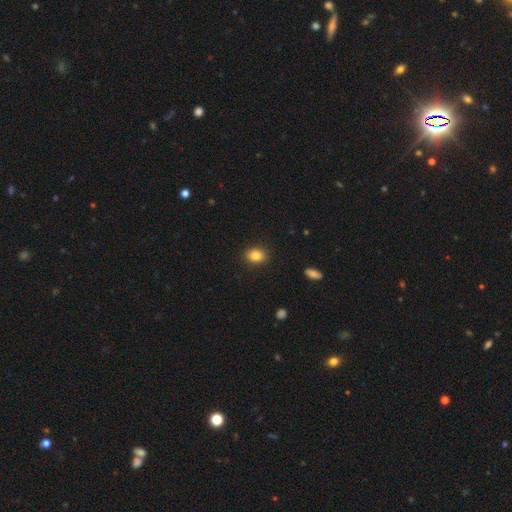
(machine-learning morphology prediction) Smooth or featured?
  - smooth: 84% *
  - star or artifact: 10%
  - featured or disk: 6%
How rounded?
  - in between: 59% *
  - round: 40%
  - cigar-shaped: 1%
Merging?
  - none: 90% *
  - minor disturbance: 7%
  - major disturbance: 2%
  - merger: 1%